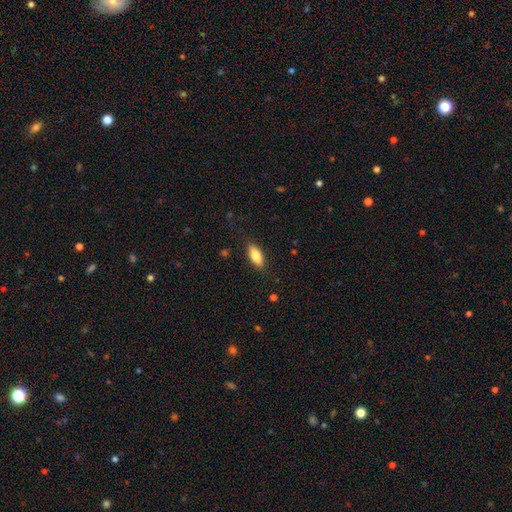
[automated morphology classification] smooth_or_featured: smooth (p=0.83) [alt: featured or disk p=0.11]
how_rounded: in between (p=0.83) [alt: cigar-shaped p=0.15]
merging: none (p=0.86) [alt: minor disturbance p=0.10]